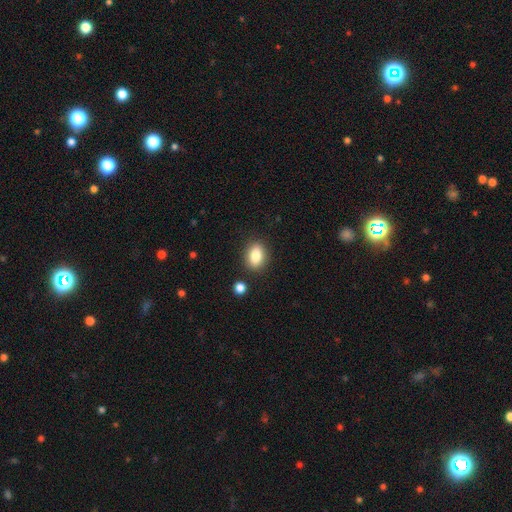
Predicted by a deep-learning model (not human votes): This appears to be a smooth galaxy with no disk features (83%) that is in between round and cigar-shaped (78%). Merging: none (86%).